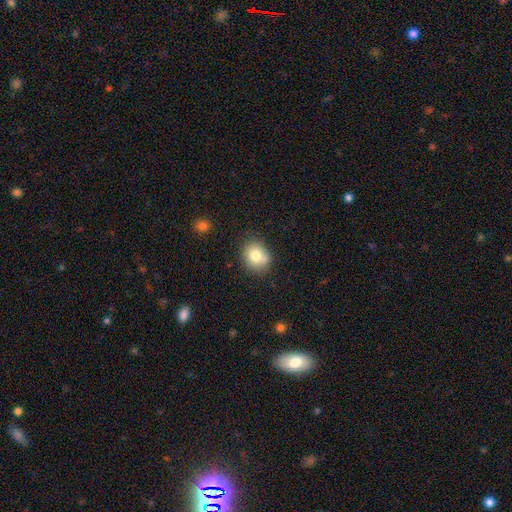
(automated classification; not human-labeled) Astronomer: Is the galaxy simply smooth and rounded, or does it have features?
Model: smooth — 78%.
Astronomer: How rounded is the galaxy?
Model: round — 66%.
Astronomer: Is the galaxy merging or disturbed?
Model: none — 74%.